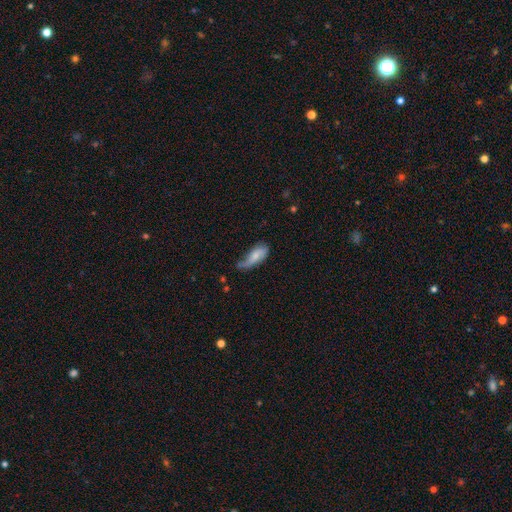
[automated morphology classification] This is likely a smooth galaxy (61%). How rounded: likely in between (78%). Merging: marginally minor disturbance (40%).